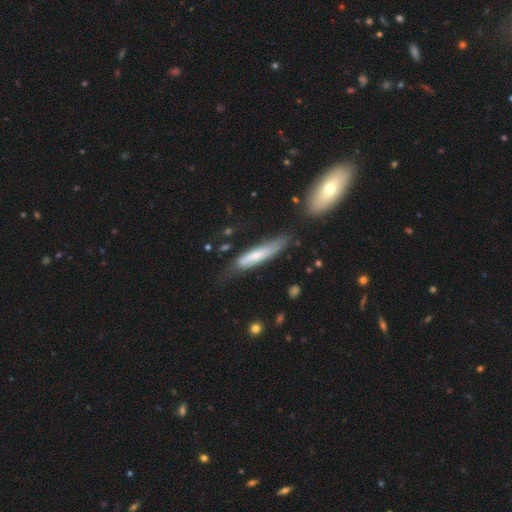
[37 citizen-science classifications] Smooth or featured: smooth — 57% (featured or disk — 41%)
How rounded: cigar-shaped — 67% (in between — 33%)
Merging: minor disturbance — 44% (none — 33%)